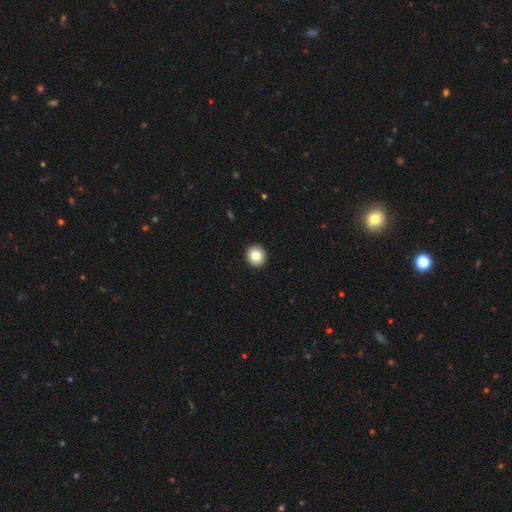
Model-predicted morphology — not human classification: The model was most divided on "smooth or featured": smooth: 82%, star or artifact: 9%, featured or disk: 8%. More confident: merging — none (94%); how rounded — round (90%).